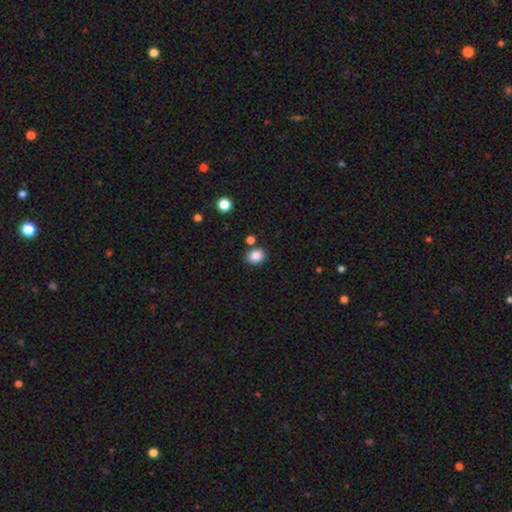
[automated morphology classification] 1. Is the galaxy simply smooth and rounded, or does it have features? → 86% smooth, 10% star or artifact, 4% featured or disk.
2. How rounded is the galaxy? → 59% round, 41% in between, 1% cigar-shaped.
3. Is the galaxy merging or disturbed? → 79% none, 11% minor disturbance, 7% merger, 3% major disturbance.